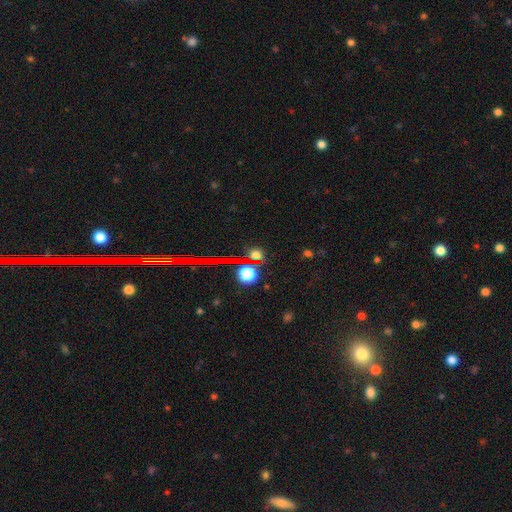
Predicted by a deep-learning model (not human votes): Smooth or featured? Predicted: star or artifact (p=0.51).